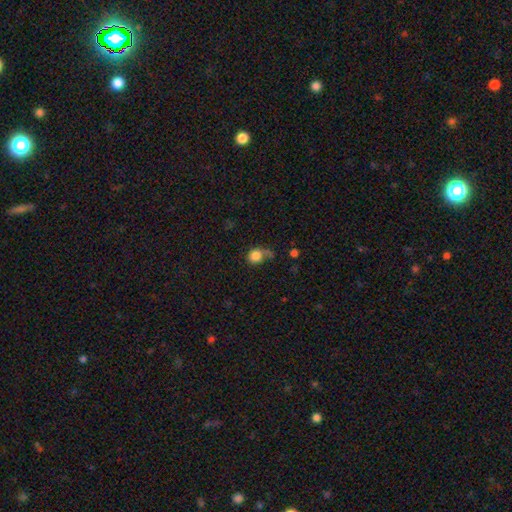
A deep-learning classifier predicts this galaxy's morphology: smooth-or-featured: smooth: 81% | featured or disk: 10% | star or artifact: 9%
  how-rounded: round: 81% | in between: 18% | cigar-shaped: 1%
  merging: none: 44% | minor disturbance: 23% | major disturbance: 21% | merger: 12%